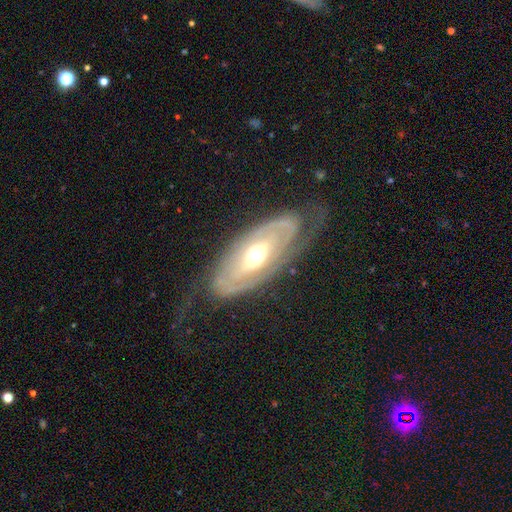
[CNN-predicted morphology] This appears to be a featured or disk galaxy (79%) with no bar (59%), 2 (45%) tight (58%) spiral arms (75%) and a moderate central bulge (70%). Merging: none (64%).